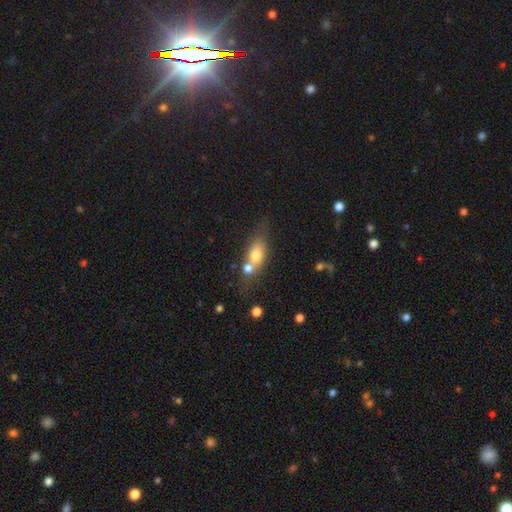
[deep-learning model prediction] A smooth galaxy with no disk features (68%) that is in between round and cigar-shaped (67%). Merging: merger (41%).